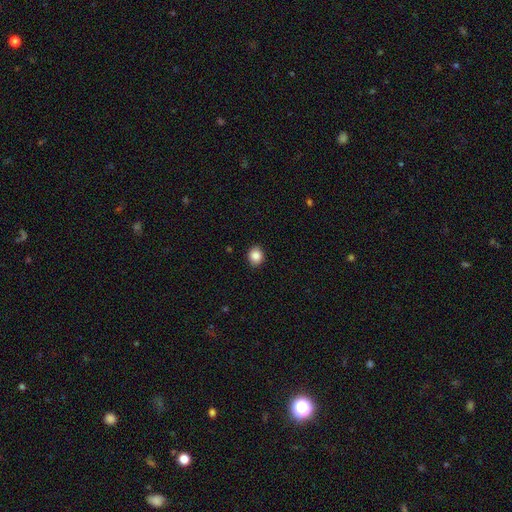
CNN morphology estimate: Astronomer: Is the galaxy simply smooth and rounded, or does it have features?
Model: smooth — 87%.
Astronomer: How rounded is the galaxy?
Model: round — 75%.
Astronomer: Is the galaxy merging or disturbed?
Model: none — 91%.